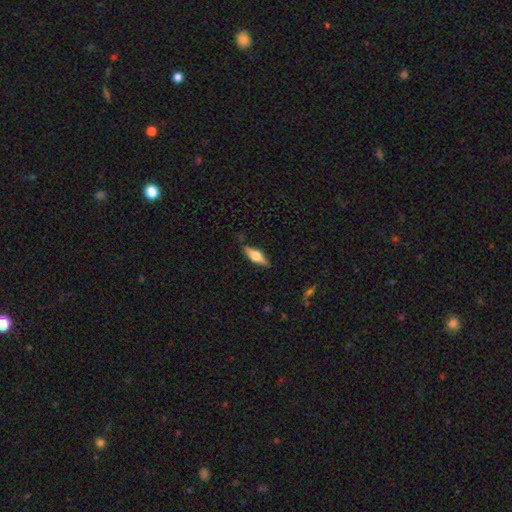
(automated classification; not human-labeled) This appears to be a featured or disk galaxy (54%) viewed edge-on (95%) with a rounded central bulge (86%). Merging: none (84%).